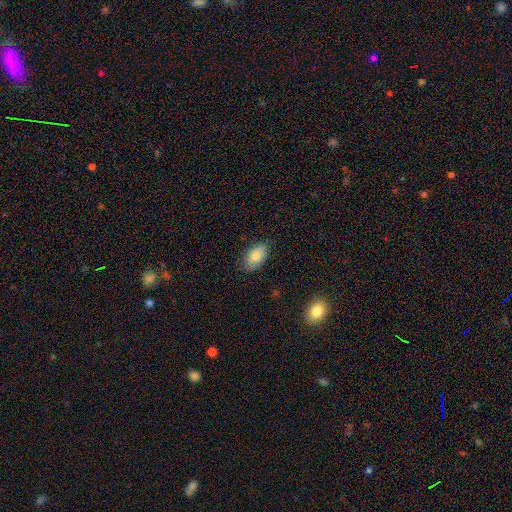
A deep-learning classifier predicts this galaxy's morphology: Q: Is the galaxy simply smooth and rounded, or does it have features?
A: smooth — 79%.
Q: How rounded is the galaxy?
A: in between — 93%.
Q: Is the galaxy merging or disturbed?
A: none — 80%.